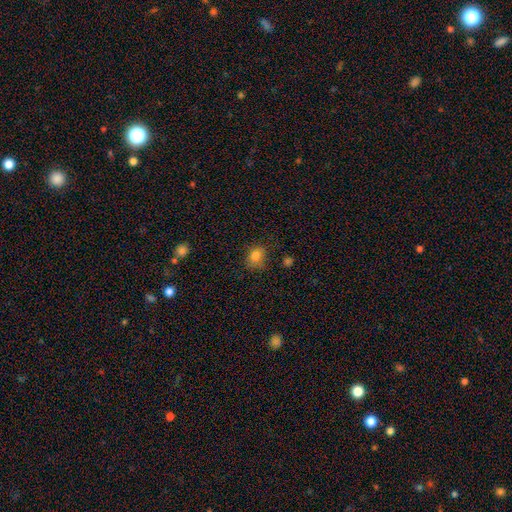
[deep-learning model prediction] Smooth or featured? smooth (82%)
How rounded? round (54%)
Merging? none (75%)